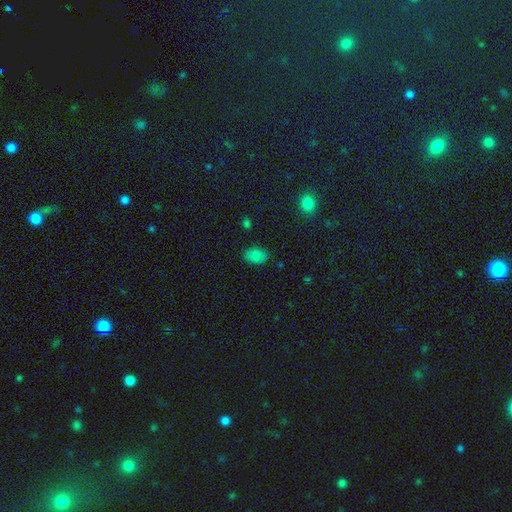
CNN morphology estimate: Smooth or featured?
  - smooth: 81% *
  - star or artifact: 13%
  - featured or disk: 5%
How rounded?
  - in between: 87% *
  - round: 12%
  - cigar-shaped: 1%
Merging?
  - none: 81% *
  - minor disturbance: 14%
  - major disturbance: 3%
  - merger: 2%